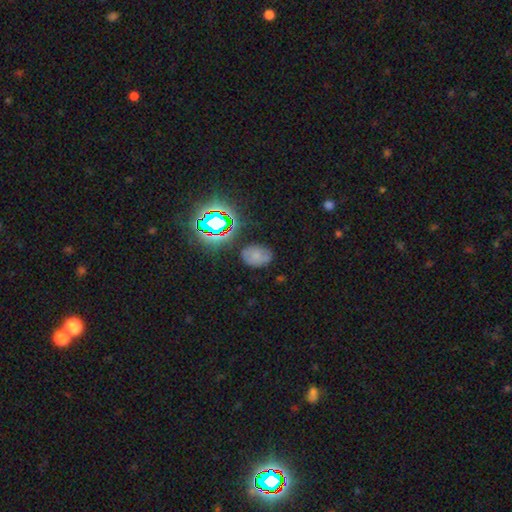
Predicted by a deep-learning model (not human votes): The model was most divided on "smooth or featured": smooth: 60%, star or artifact: 23%, featured or disk: 17%. More confident: how rounded — in between (71%); merging — none (69%).